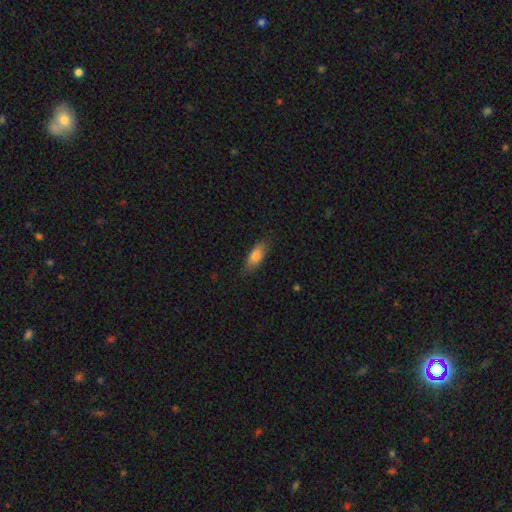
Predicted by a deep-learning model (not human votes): Overall: smooth (78%). How rounded: in between (77%). Merging: none (82%).